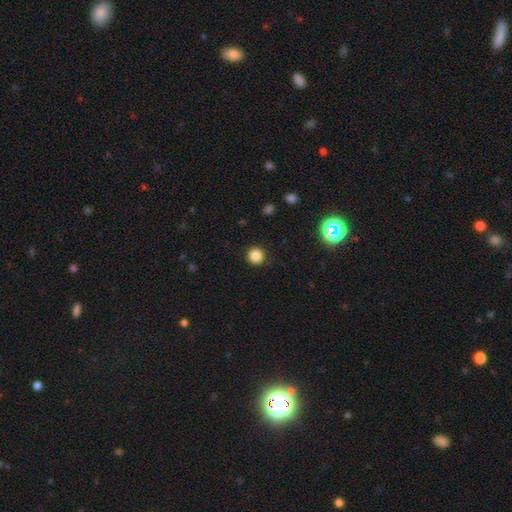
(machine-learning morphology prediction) smooth-or-featured: smooth: 84% | star or artifact: 12% | featured or disk: 4%
  how-rounded: round: 95% | in between: 4% | cigar-shaped: 1%
  merging: none: 91% | minor disturbance: 6% | major disturbance: 2% | merger: 1%